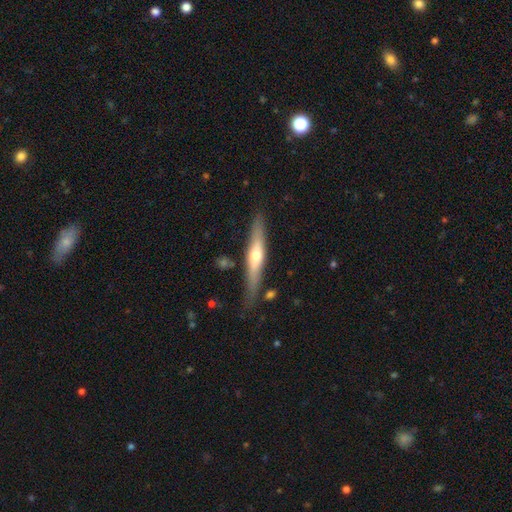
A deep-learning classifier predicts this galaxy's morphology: smooth_or_featured: featured or disk (p=0.56) [alt: smooth p=0.38]
disk_edge_on: yes (p=0.92) [alt: no p=0.08]
edge_on_bulge: rounded (p=0.85) [alt: none p=0.11]
merging: none (p=0.82) [alt: minor disturbance p=0.13]